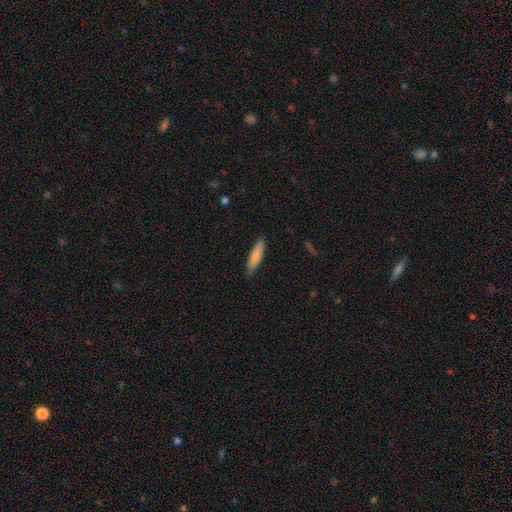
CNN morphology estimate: Smooth or featured? smooth (79%)
How rounded? cigar-shaped (81%)
Merging? none (87%)